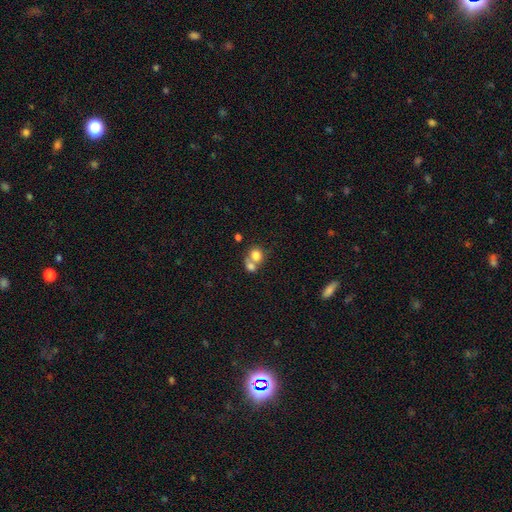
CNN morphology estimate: Smooth or featured? Predicted: smooth (p=0.77). How rounded? Predicted: round (p=0.65). Merging? Predicted: merger (p=0.60).